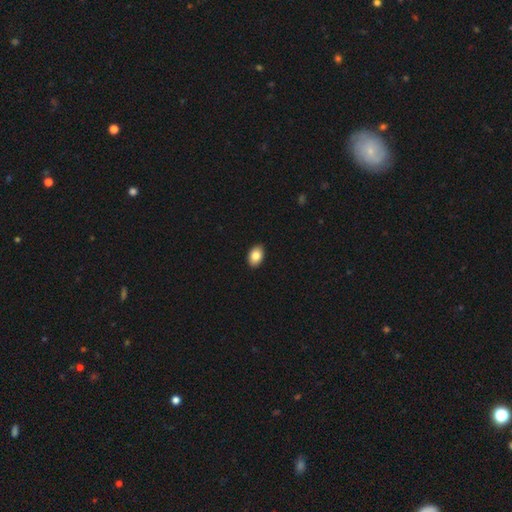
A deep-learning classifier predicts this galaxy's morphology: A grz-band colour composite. It shows a smooth galaxy with no disk features (85%) that is in between round and cigar-shaped (89%). Merging: none (92%).